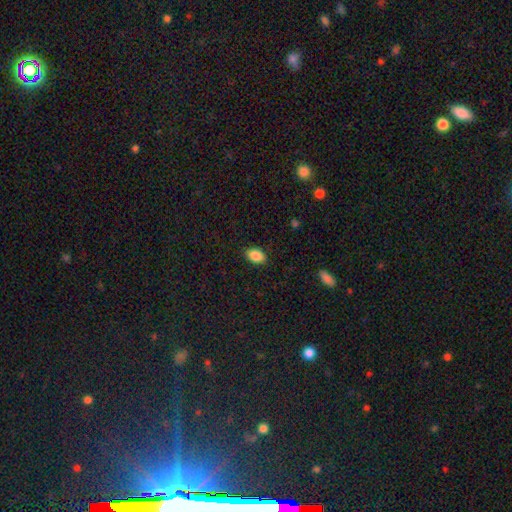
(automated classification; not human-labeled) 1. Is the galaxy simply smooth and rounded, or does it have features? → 88% smooth, 8% star or artifact, 4% featured or disk.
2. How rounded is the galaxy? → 89% in between, 9% round, 1% cigar-shaped.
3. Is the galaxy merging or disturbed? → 88% none, 9% minor disturbance, 2% major disturbance, 1% merger.